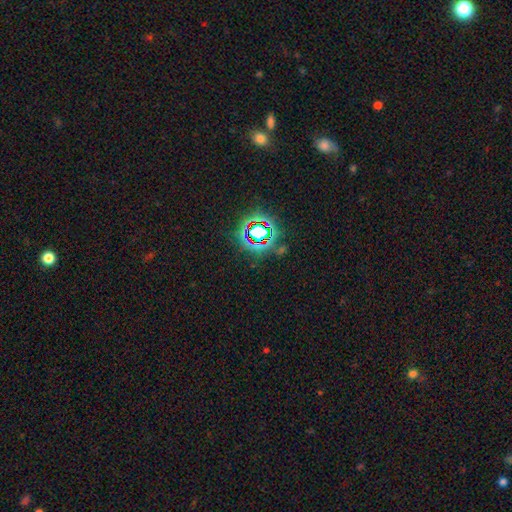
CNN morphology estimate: Smooth or featured? Predicted: star or artifact (p=0.75).